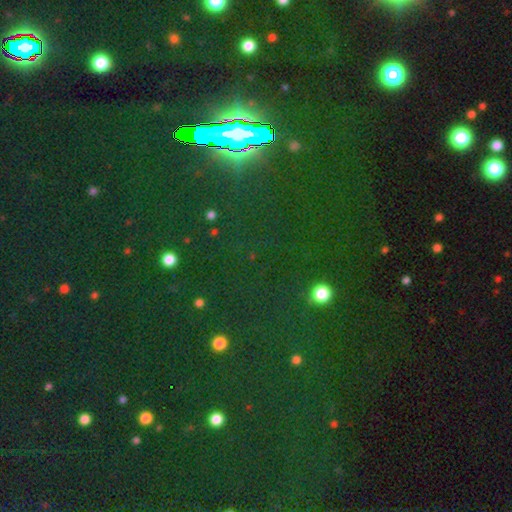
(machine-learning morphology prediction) Q: Smooth or featured?
A: star or artifact (73%); runner-up: smooth (17%)